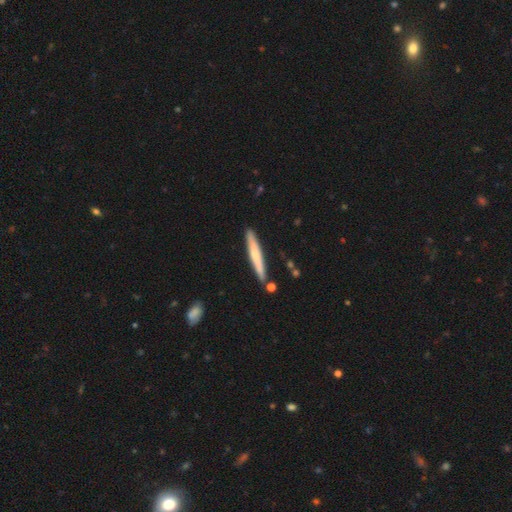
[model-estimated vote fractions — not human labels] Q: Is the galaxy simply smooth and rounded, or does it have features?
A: smooth — 56%.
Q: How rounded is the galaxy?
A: cigar-shaped — 95%.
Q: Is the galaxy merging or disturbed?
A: none — 86%.